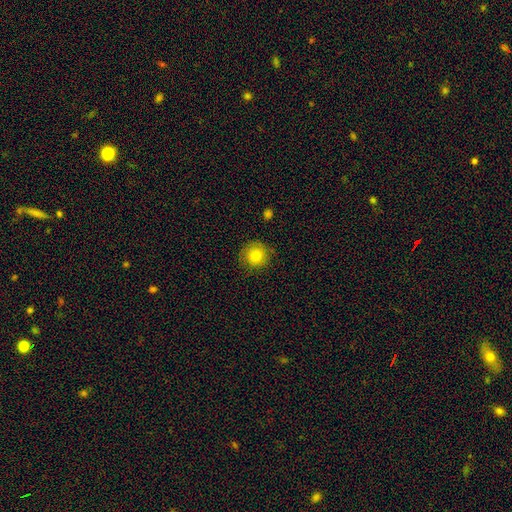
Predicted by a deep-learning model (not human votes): Smooth or featured?
  - smooth: 81% *
  - star or artifact: 10%
  - featured or disk: 9%
How rounded?
  - round: 93% *
  - in between: 6%
  - cigar-shaped: 1%
Merging?
  - none: 83% *
  - minor disturbance: 13%
  - major disturbance: 3%
  - merger: 1%